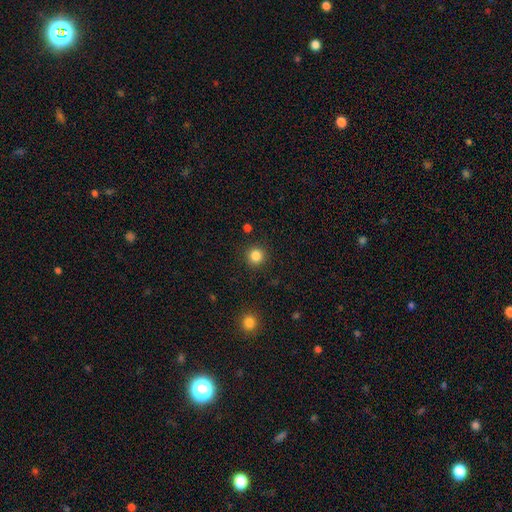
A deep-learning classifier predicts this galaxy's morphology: The model was most divided on "smooth or featured": smooth: 84%, star or artifact: 12%, featured or disk: 4%. More confident: how rounded — round (94%); merging — none (91%).